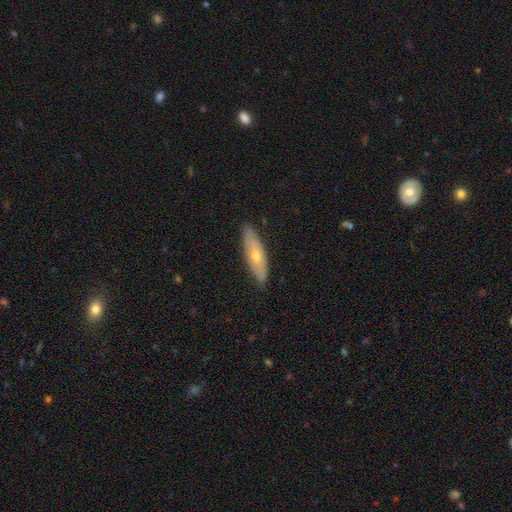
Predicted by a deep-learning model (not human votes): Q: Smooth or featured?
A: smooth (52%); runner-up: featured or disk (42%)
Q: How rounded?
A: cigar-shaped (58%); runner-up: in between (40%)
Q: Merging?
A: none (86%); runner-up: minor disturbance (11%)